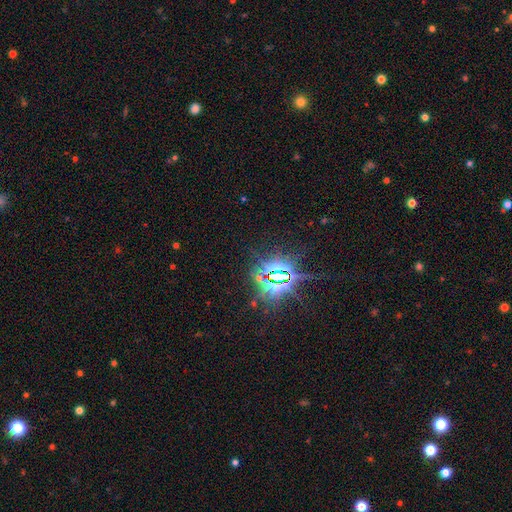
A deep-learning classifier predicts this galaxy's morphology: This is clearly a star or artifact rather than a galaxy (82%).